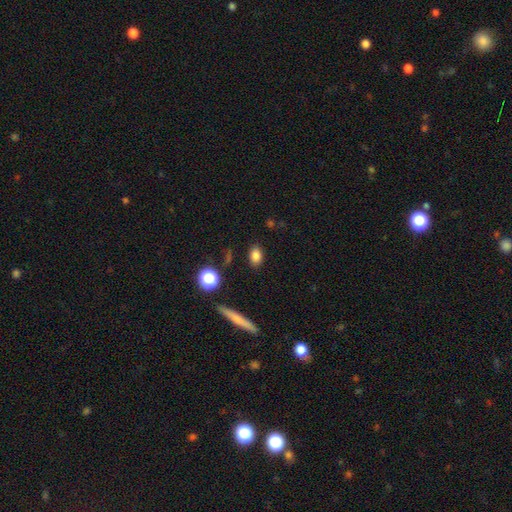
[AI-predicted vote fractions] This is clearly a smooth galaxy (82%). How rounded: likely in between (79%). Merging: clearly none (86%).